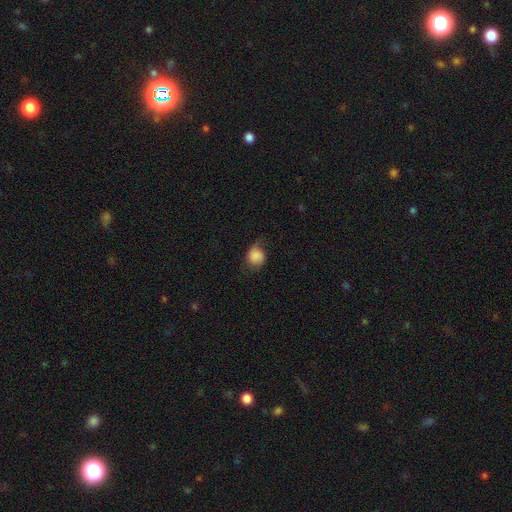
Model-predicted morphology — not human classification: This appears to be a smooth galaxy with no disk features (76%) that is round (70%). Merging: none (51%).